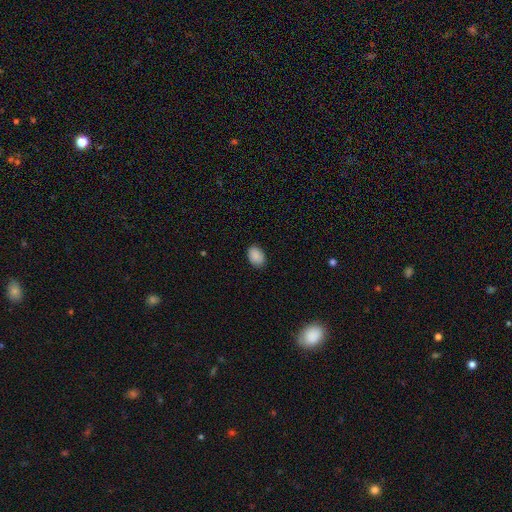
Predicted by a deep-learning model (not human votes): A smooth galaxy with no disk features (87%) that is in between round and cigar-shaped (77%).

Vote fractions:
- Smooth or featured? smooth: 87% / star or artifact: 8% / featured or disk: 5%
- How rounded? in between: 77% / round: 22% / cigar-shaped: 1%
- Merging? none: 86% / minor disturbance: 11% / major disturbance: 2% / merger: 1%